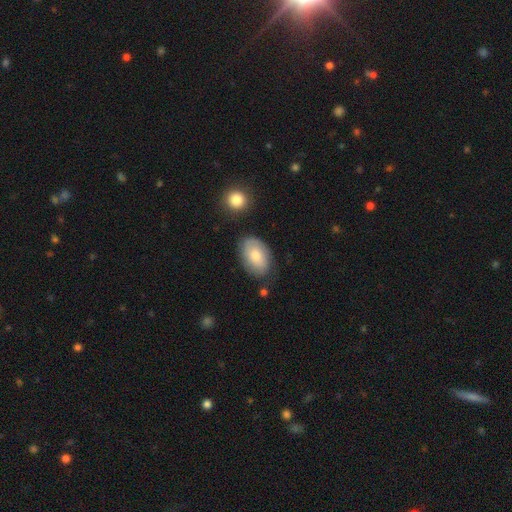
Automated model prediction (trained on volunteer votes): Smooth or featured: smooth — 74% (featured or disk — 20%)
How rounded: in between — 88% (round — 11%)
Merging: none — 74% (minor disturbance — 17%)